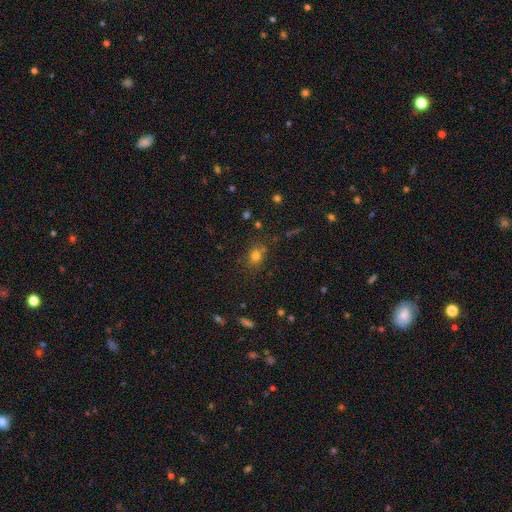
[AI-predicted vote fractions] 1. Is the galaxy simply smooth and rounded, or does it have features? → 72% smooth, 19% star or artifact, 9% featured or disk.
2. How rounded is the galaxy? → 63% round, 36% in between, 2% cigar-shaped.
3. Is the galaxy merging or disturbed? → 75% none, 15% minor disturbance, 5% merger, 5% major disturbance.